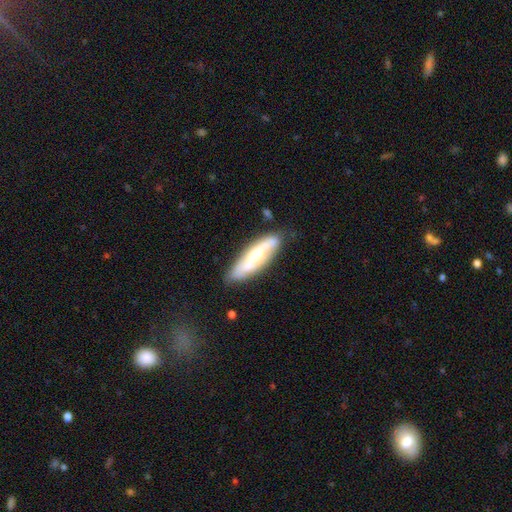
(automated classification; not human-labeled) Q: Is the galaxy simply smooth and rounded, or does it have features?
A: featured or disk — 56%.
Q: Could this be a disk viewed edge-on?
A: no — 55%.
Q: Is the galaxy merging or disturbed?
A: none — 74%.